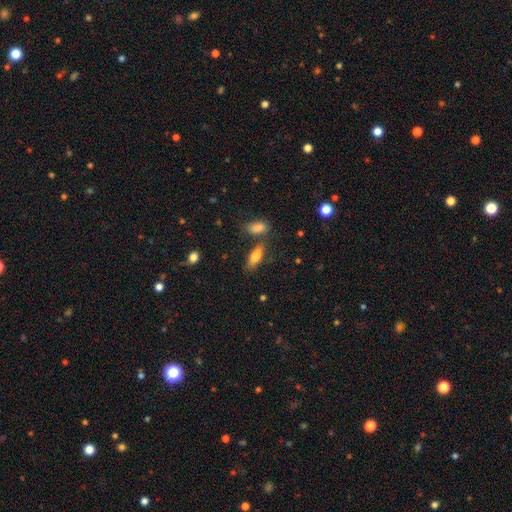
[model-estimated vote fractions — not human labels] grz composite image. It shows a smooth galaxy with no disk features (81%) that is in between round and cigar-shaped (71%). Merging: none (69%).